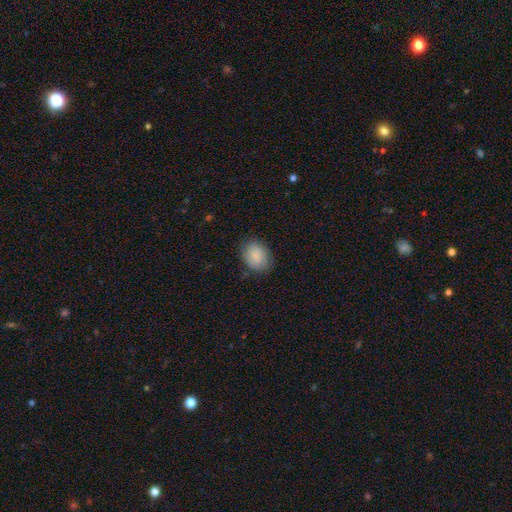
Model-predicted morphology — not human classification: The model was most divided on "how rounded": in between: 58%, round: 41%, cigar-shaped: 1%. More confident: smooth or featured — smooth (87%); merging — none (81%).